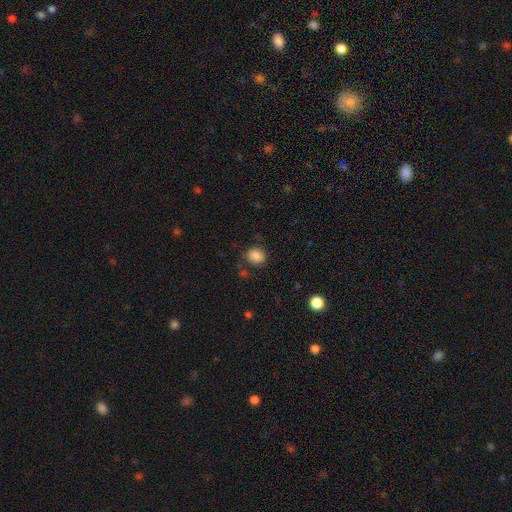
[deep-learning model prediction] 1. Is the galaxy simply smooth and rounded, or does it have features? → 86% smooth, 10% star or artifact, 4% featured or disk.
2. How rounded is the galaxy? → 66% round, 33% in between, 1% cigar-shaped.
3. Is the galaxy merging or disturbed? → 80% none, 13% minor disturbance, 4% major disturbance, 3% merger.